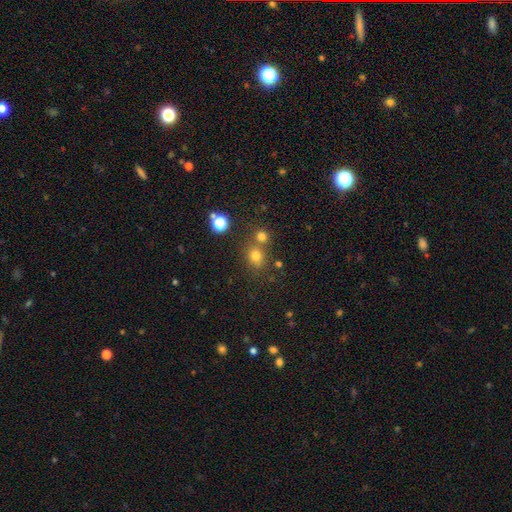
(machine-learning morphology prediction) The model was most divided on "merging": none: 61%, merger: 26%, minor disturbance: 9%, major disturbance: 4%. More confident: smooth or featured — smooth (72%); how rounded — round (70%).